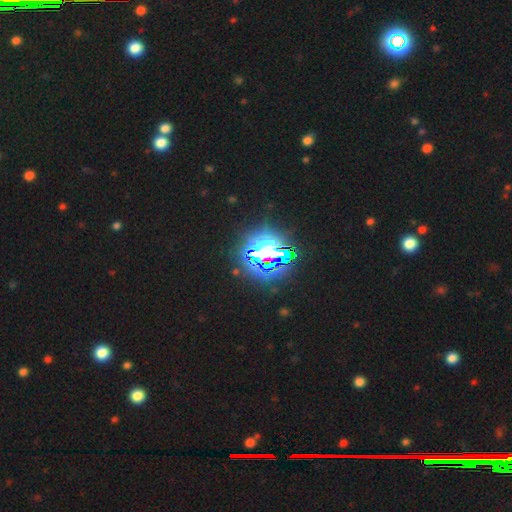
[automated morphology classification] Smooth or featured: star or artifact — 81% (smooth — 11%)